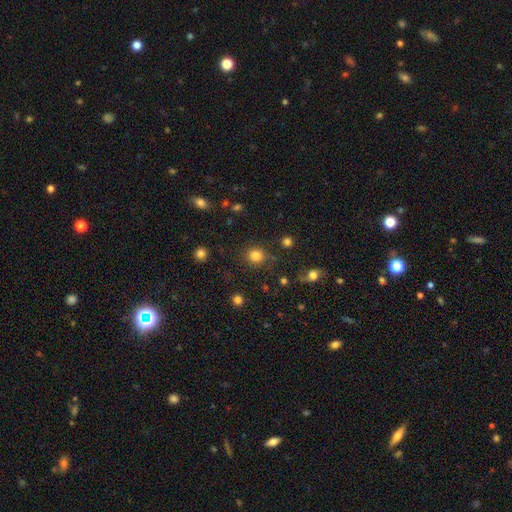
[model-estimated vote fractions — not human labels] Smooth or featured? Predicted: smooth (p=0.82). How rounded? Predicted: round (p=0.91). Merging? Predicted: none (p=0.85).